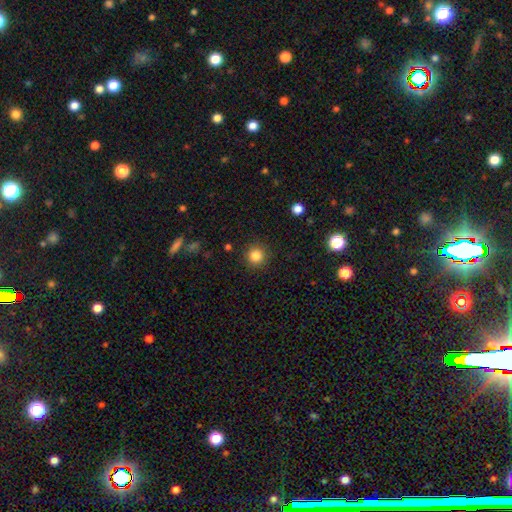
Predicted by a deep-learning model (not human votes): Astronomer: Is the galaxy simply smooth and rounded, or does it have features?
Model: smooth — 84%.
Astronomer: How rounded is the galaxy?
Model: round — 94%.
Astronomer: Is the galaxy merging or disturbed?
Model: none — 90%.